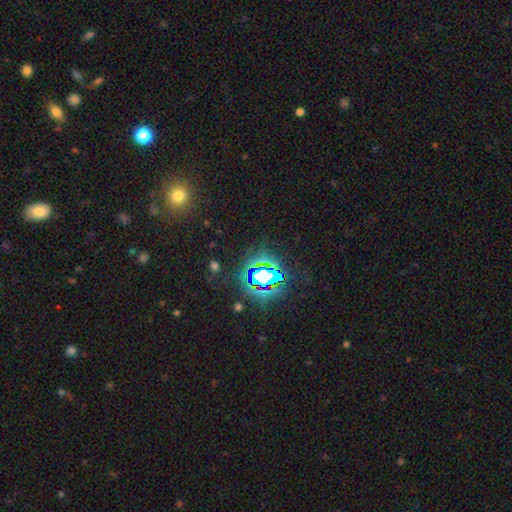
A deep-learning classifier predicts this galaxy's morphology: A star or artifact, not a galaxy (75%).